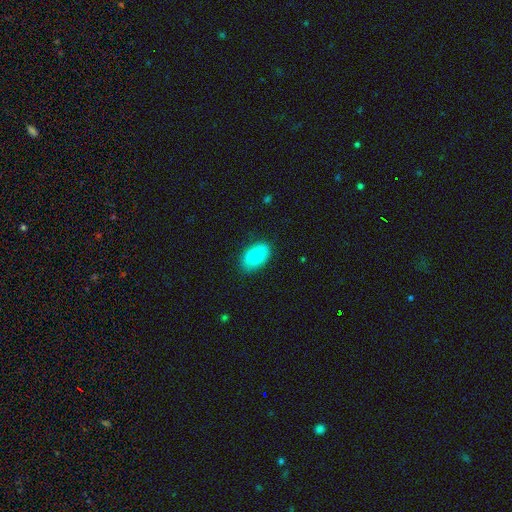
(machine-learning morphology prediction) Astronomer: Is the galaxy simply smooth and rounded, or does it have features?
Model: smooth — 72%.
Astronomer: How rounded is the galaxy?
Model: in between — 91%.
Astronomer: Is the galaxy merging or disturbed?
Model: none — 81%.